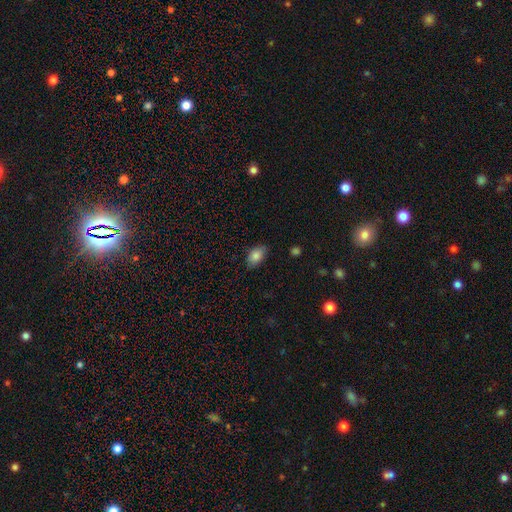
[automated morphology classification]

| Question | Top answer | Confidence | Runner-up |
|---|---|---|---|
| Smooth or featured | smooth | 85% | star or artifact (8%) |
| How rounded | in between | 89% | round (9%) |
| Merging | none | 82% | minor disturbance (14%) |